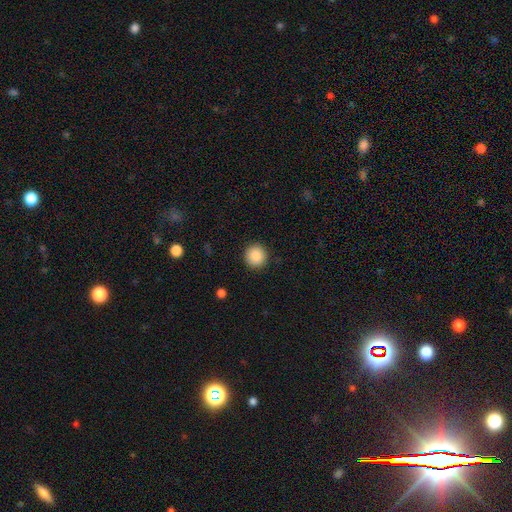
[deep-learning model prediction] A smooth galaxy with no disk features (88%) that is round (93%). Merging: none (92%).